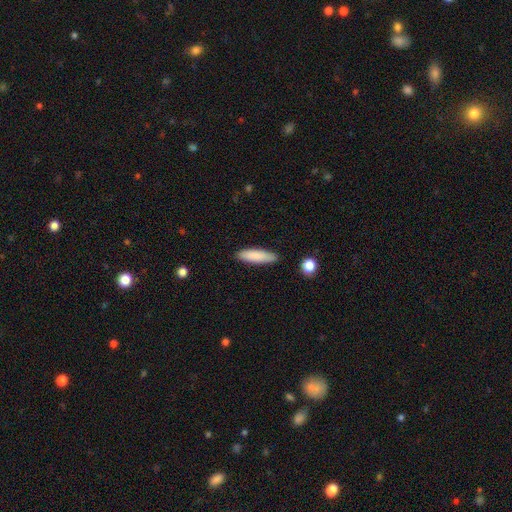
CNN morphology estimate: type=smooth (86%); roundness=cigar-shaped (68%); merging=none (86%).